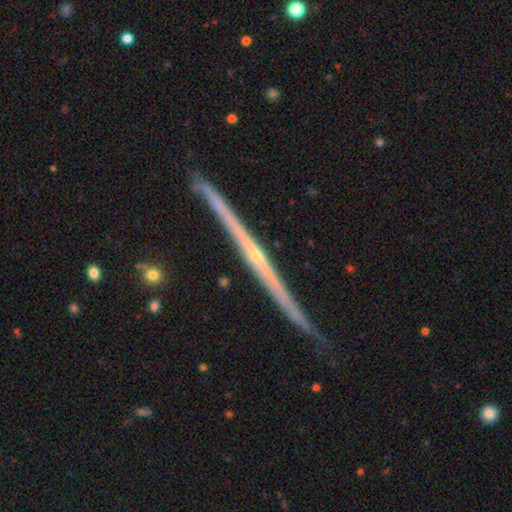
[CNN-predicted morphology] Smooth or featured: featured or disk — 85% (smooth — 9%)
Edge-on disk: yes — 98% (no — 2%)
Edge-on bulge: rounded — 48% (none — 46%)
Merging: none — 86% (minor disturbance — 11%)